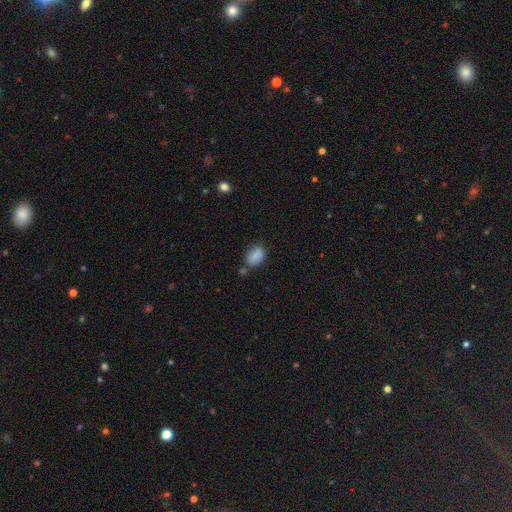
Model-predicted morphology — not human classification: Smooth or featured?
  - smooth: 85% *
  - star or artifact: 9%
  - featured or disk: 6%
How rounded?
  - in between: 86% *
  - round: 12%
  - cigar-shaped: 2%
Merging?
  - none: 65% *
  - minor disturbance: 19%
  - merger: 11%
  - major disturbance: 5%